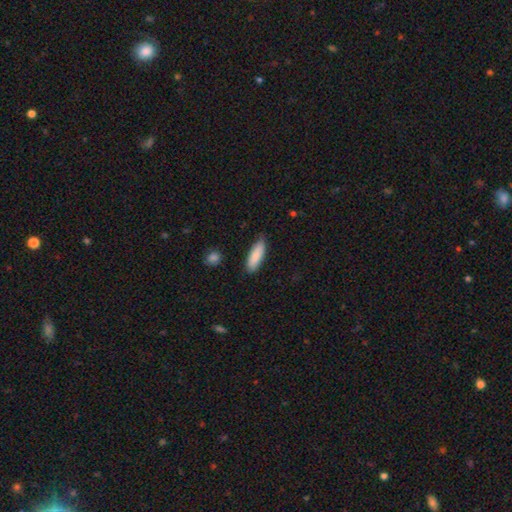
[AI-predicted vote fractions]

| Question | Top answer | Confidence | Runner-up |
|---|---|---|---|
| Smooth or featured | smooth | 85% | featured or disk (9%) |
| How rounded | in between | 56% | cigar-shaped (42%) |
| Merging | none | 81% | minor disturbance (15%) |